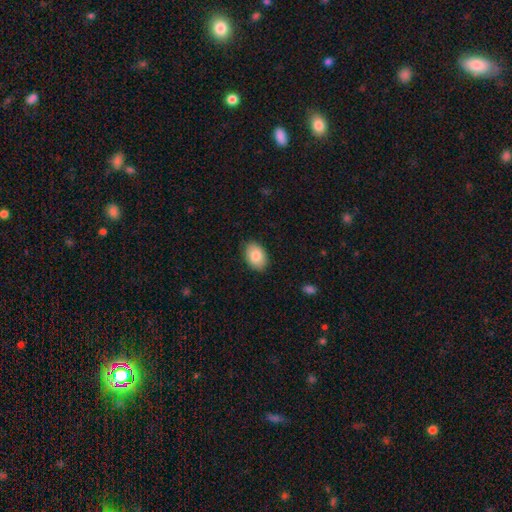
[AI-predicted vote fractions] Smooth or featured? smooth (85%)
How rounded? in between (86%)
Merging? none (86%)